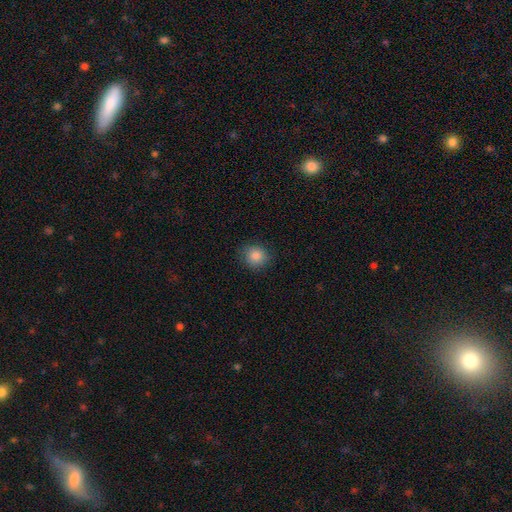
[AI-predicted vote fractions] The model was most divided on "smooth or featured": smooth: 86%, star or artifact: 10%, featured or disk: 5%. More confident: how rounded — round (88%); merging — none (87%).